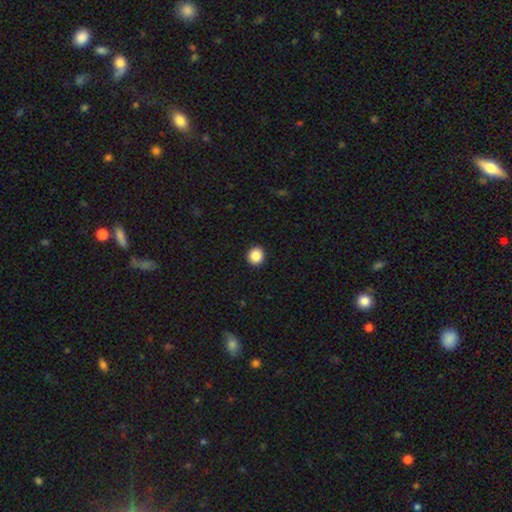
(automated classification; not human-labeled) Smooth or featured?
  - smooth: 87% *
  - star or artifact: 9%
  - featured or disk: 3%
How rounded?
  - round: 90% *
  - in between: 9%
  - cigar-shaped: 1%
Merging?
  - none: 93% *
  - minor disturbance: 4%
  - major disturbance: 1%
  - merger: 1%